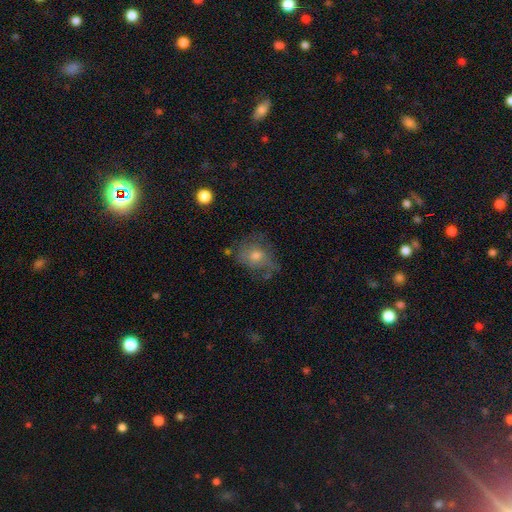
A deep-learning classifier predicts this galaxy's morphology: smooth 53%, featured or disk 34%, star or artifact 12%. Down the decision tree: how rounded — round (54%); merging — none (51%).